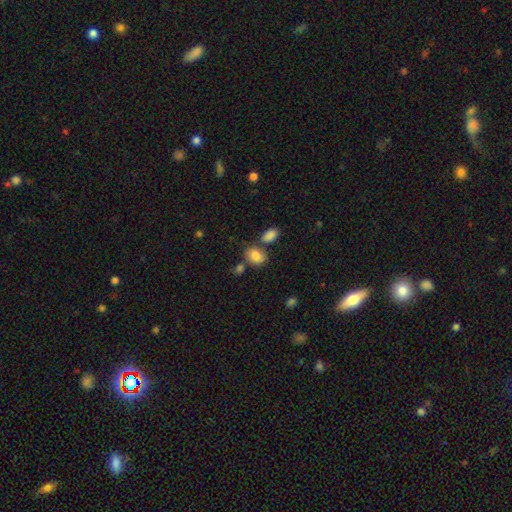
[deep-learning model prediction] smooth 82%, featured or disk 9%, star or artifact 9%. Down the decision tree: how rounded — in between (70%); merging — none (59%).